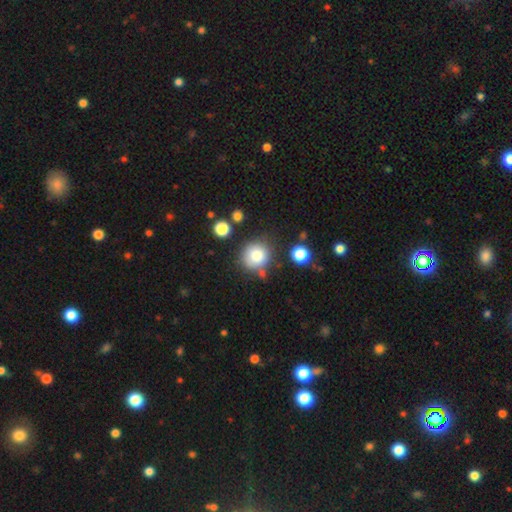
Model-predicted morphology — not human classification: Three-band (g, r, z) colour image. It shows a smooth galaxy with no disk features (82%) that is round (87%). Merging: none (71%).